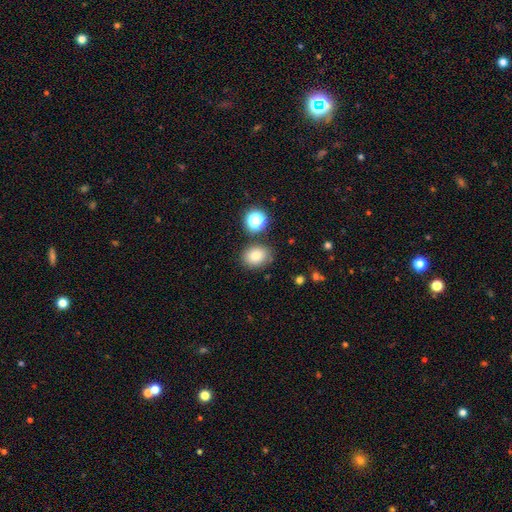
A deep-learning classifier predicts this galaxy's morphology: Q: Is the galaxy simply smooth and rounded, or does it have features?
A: smooth — 82%.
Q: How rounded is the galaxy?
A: in between — 61%.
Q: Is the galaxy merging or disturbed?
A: none — 78%.